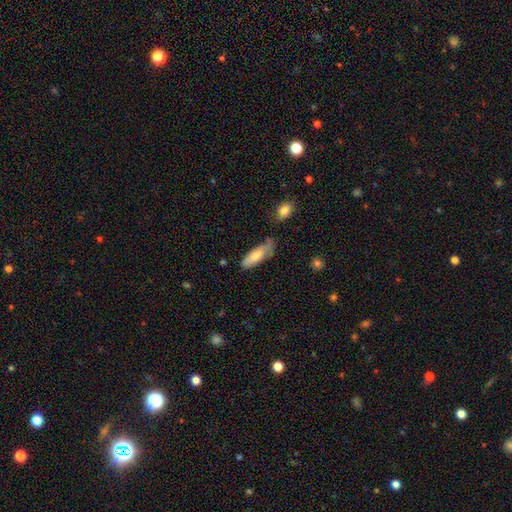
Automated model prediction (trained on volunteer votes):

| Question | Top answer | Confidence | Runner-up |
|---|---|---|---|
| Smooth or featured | smooth | 75% | featured or disk (19%) |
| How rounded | in between | 63% | cigar-shaped (35%) |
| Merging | none | 51% | minor disturbance (32%) |